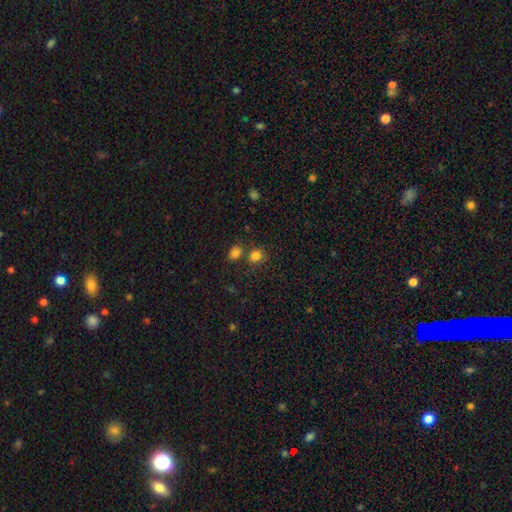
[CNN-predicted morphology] Overall: smooth (81%). How rounded: round (69%; in between 30%). Merging: none (63%).